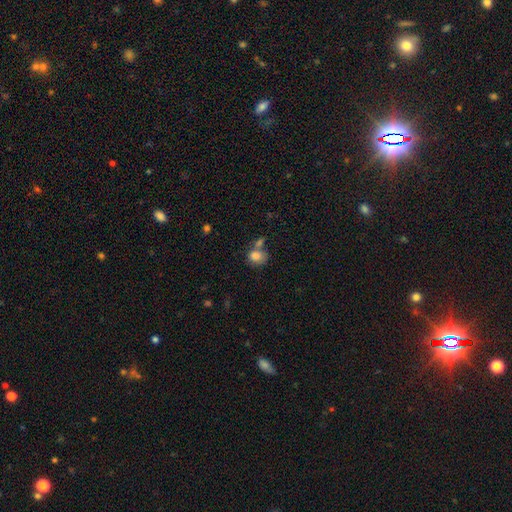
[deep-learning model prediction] Q: Smooth or featured?
A: smooth (82%); runner-up: star or artifact (9%)
Q: How rounded?
A: round (50%); runner-up: in between (49%)
Q: Merging?
A: none (44%); runner-up: merger (34%)